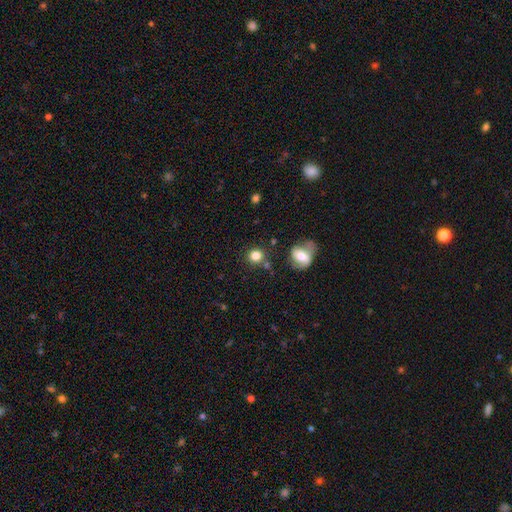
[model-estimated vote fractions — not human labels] Overall: smooth (81%). How rounded: round (88%). Merging: none (77%).